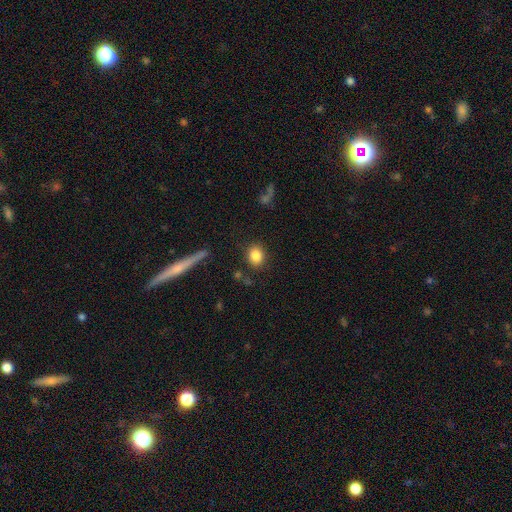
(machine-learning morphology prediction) Smooth or featured: smooth — 85% (star or artifact — 9%)
How rounded: round — 60% (in between — 39%)
Merging: none — 86% (minor disturbance — 8%)